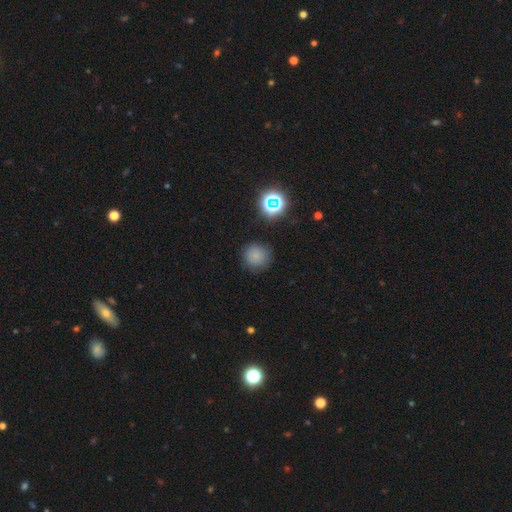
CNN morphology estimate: smooth 77%, star or artifact 17%, featured or disk 6%. Down the decision tree: how rounded — round (93%); merging — none (85%).